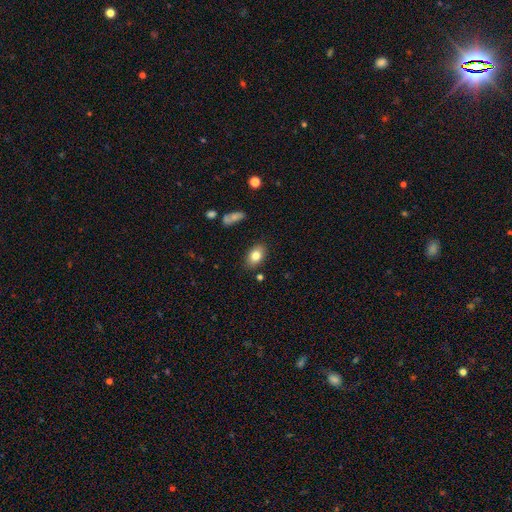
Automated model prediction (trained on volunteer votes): smooth-or-featured: smooth: 80% | featured or disk: 12% | star or artifact: 8%
  how-rounded: in between: 86% | round: 13% | cigar-shaped: 2%
  merging: none: 84% | minor disturbance: 12% | major disturbance: 3% | merger: 2%